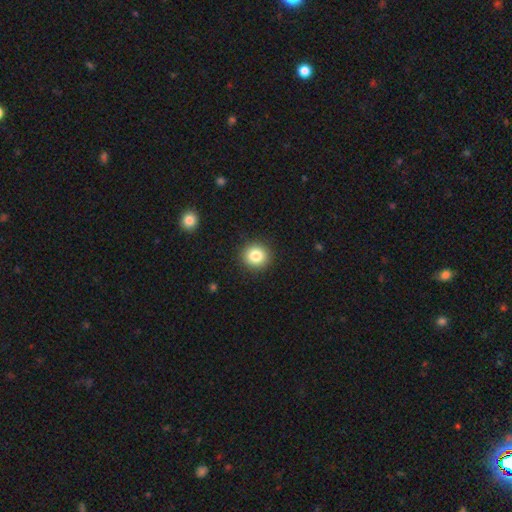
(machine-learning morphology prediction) Overall: smooth (83%). How rounded: round (92%). Merging: none (92%).